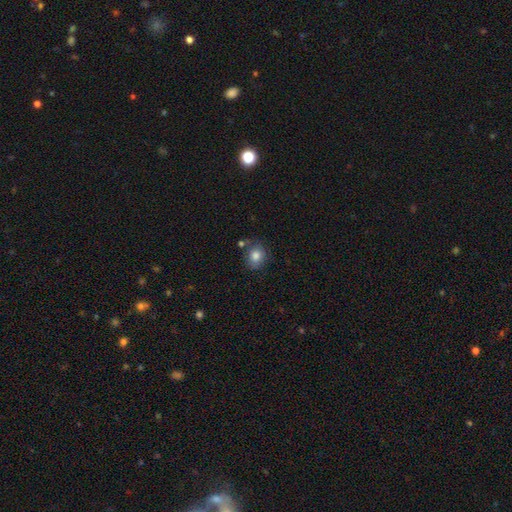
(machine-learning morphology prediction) Smooth or featured: smooth — 81% (featured or disk — 10%)
How rounded: round — 67% (in between — 32%)
Merging: none — 64% (minor disturbance — 20%)